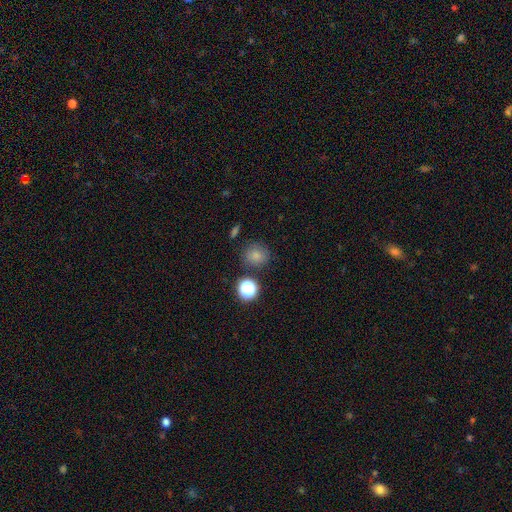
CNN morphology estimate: Smooth or featured?
  - smooth: 77% *
  - star or artifact: 16%
  - featured or disk: 7%
How rounded?
  - round: 86% *
  - in between: 13%
  - cigar-shaped: 1%
Merging?
  - none: 79% *
  - minor disturbance: 12%
  - merger: 5%
  - major disturbance: 4%